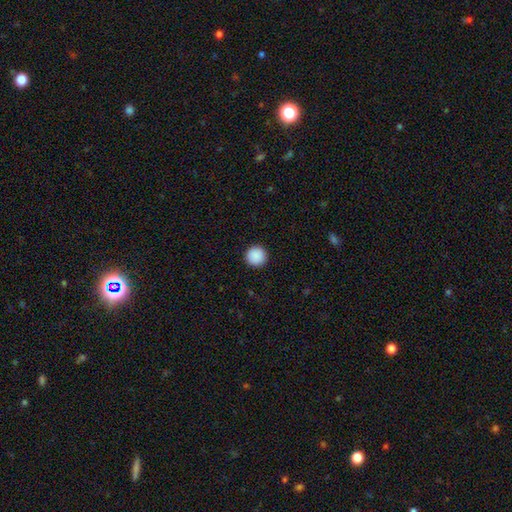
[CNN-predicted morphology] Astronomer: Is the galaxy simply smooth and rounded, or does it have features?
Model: smooth — 90%.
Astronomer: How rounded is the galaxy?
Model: round — 97%.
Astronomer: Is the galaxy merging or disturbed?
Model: none — 93%.